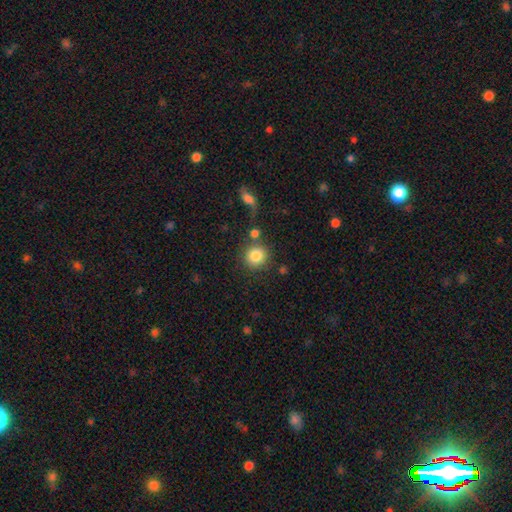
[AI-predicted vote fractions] smooth 84%, star or artifact 9%, featured or disk 7%. Down the decision tree: how rounded — round (89%); merging — none (75%).